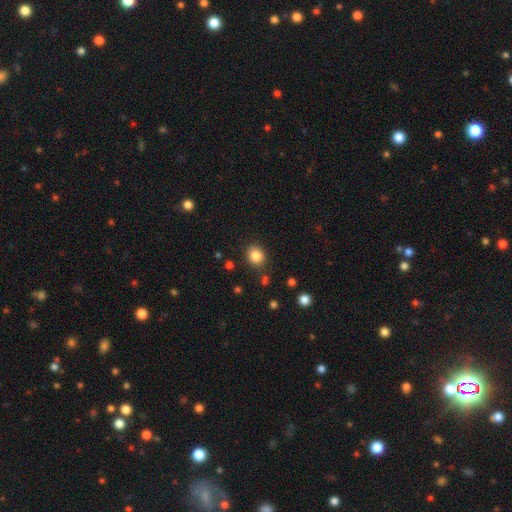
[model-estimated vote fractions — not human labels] Smooth or featured? Predicted: smooth (p=0.85). How rounded? Predicted: round (p=0.61). Merging? Predicted: none (p=0.83).